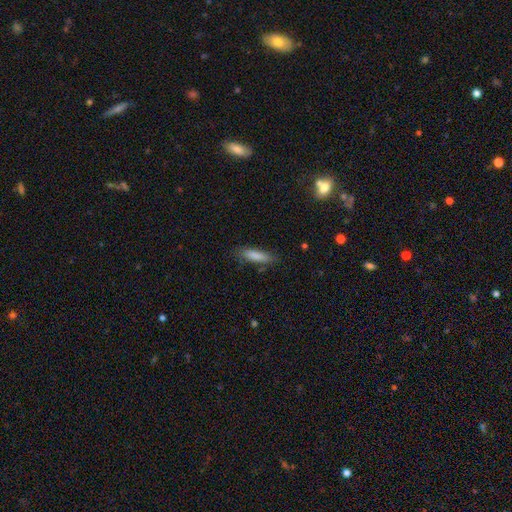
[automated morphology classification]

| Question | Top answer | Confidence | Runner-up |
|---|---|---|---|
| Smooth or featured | smooth | 83% | featured or disk (10%) |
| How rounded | cigar-shaped | 68% | in between (31%) |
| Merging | none | 78% | minor disturbance (17%) |